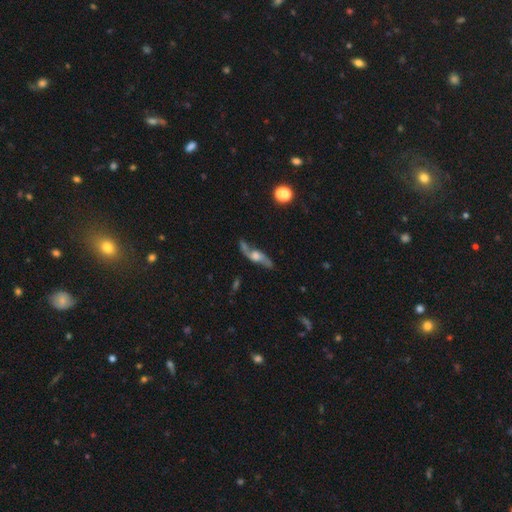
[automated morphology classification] The model was most divided on "bulge size": moderate: 41%, large: 29%, small: 17%, none: 10%, dominant: 4%. More confident: spiral arms — yes (91%); spiral arm count — 2 (91%); spiral winding — loose (80%); smooth or featured — featured or disk (78%); edge-on disk — no (72%); merging — none (64%); bar — no (62%).